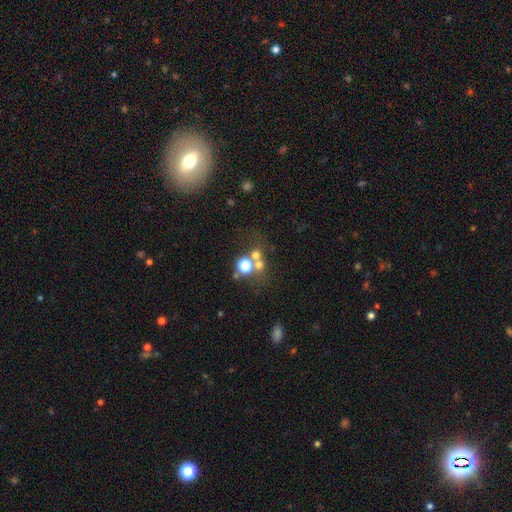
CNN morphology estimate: smooth_or_featured: smooth (p=0.58) [alt: star or artifact p=0.25]
how_rounded: round (p=0.87) [alt: in between p=0.12]
merging: none (p=0.50) [alt: merger p=0.37]